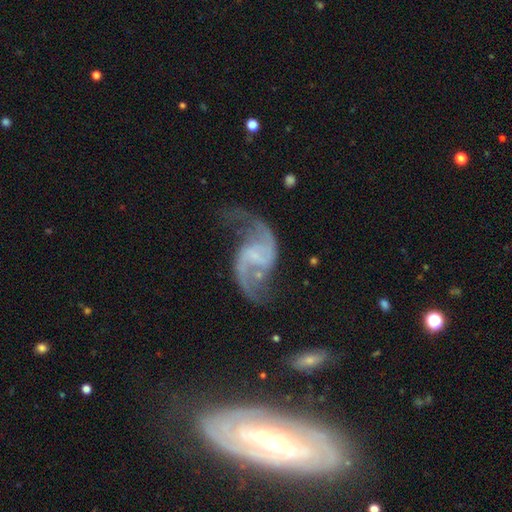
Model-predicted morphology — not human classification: Smooth or featured? Predicted: featured or disk (p=0.91). Edge-on disk? Predicted: no (p=0.98). Bar? Predicted: weak (p=0.50). Spiral arms? Predicted: yes (p=0.97). Spiral winding? Predicted: loose (p=0.72). Spiral arm count? Predicted: 2 (p=0.94). Bulge size? Predicted: small (p=0.44, tied with none). Merging? Predicted: none (p=0.68).